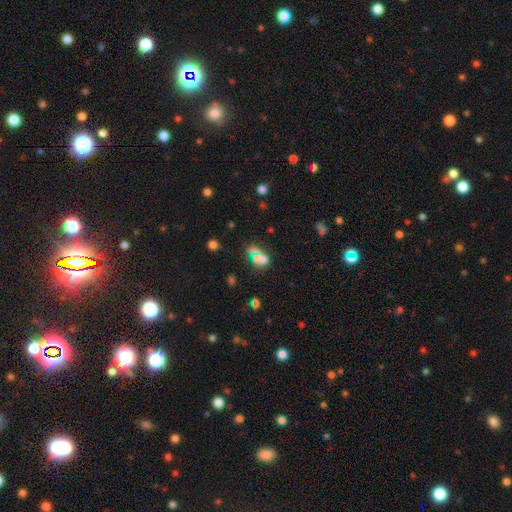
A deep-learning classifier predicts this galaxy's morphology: A smooth galaxy with no disk features (50%) that is round (62%). Merging: none (43%).